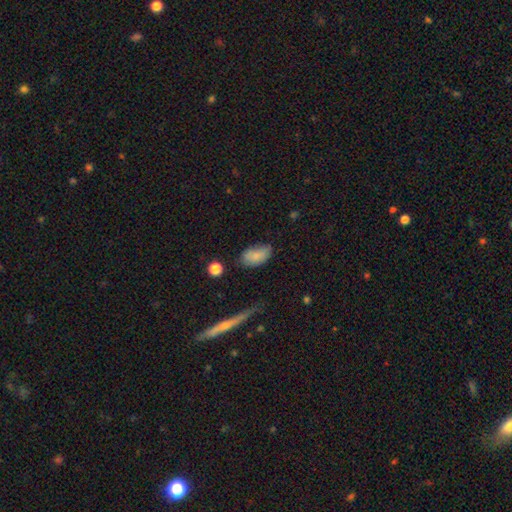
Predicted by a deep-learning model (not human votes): smooth-or-featured: smooth: 80% | featured or disk: 11% | star or artifact: 8%
  how-rounded: in between: 92% | round: 5% | cigar-shaped: 2%
  merging: none: 57% | minor disturbance: 30% | major disturbance: 9% | merger: 4%